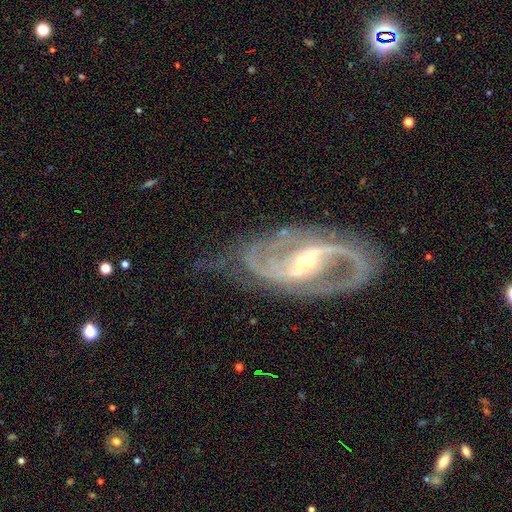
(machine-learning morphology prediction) A featured or disk galaxy (92%) with a strong bar (46%), 2 (87%) medium (52%) spiral arms (98%) and a small central bulge (64%).

Vote fractions:
- Smooth or featured? featured or disk: 92% / star or artifact: 5% / smooth: 3%
- Edge-on disk? no: 96% / yes: 4%
- Bar? strong: 46% / weak: 36% / no: 18%
- Spiral arms? yes: 98% / no: 2%
- Spiral winding? medium: 52% / loose: 30% / tight: 18%
- Spiral arm count? 2: 87% / 3: 4% / can't tell: 3% / 1: 2% / 4: 2% / more than 4: 2%
- Bulge size? small: 64% / moderate: 33% / large: 2% / none: 1% / dominant: 1%
- Merging? none: 66% / minor disturbance: 19% / major disturbance: 13% / merger: 2%